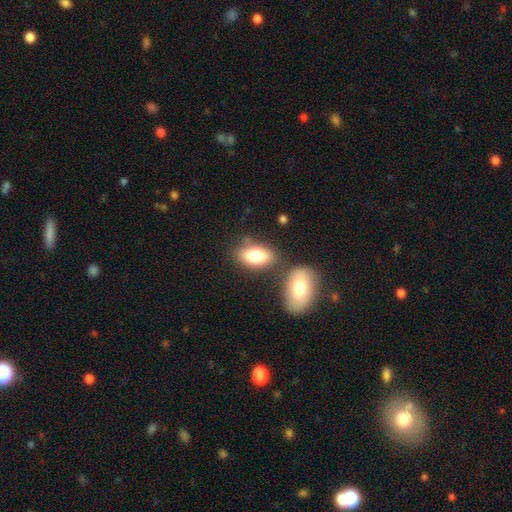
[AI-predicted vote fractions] This appears to be a smooth galaxy with no disk features (77%) that is in between round and cigar-shaped (90%). Merging: none (62%).